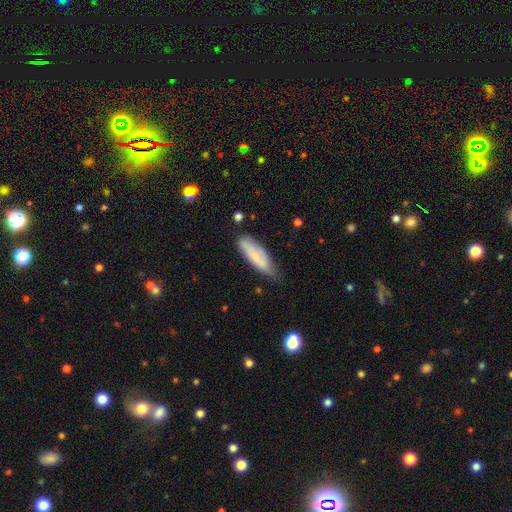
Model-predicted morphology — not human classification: This appears to be a smooth galaxy with no disk features (68%) that is cigar-shaped (49%, tied with in between). Merging: none (55%).